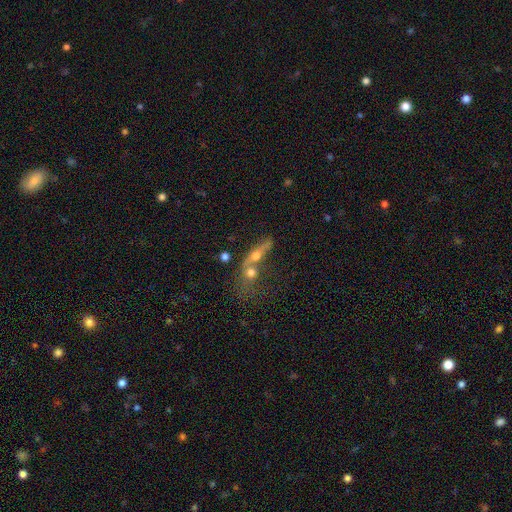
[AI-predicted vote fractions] This appears to be a smooth galaxy with no disk features (44%). Merging: merger (57%).